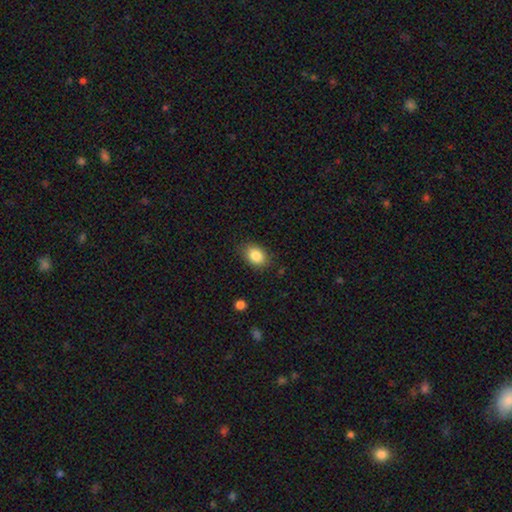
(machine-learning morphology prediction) type=smooth (86%); roundness=in between (77%); merging=none (83%).